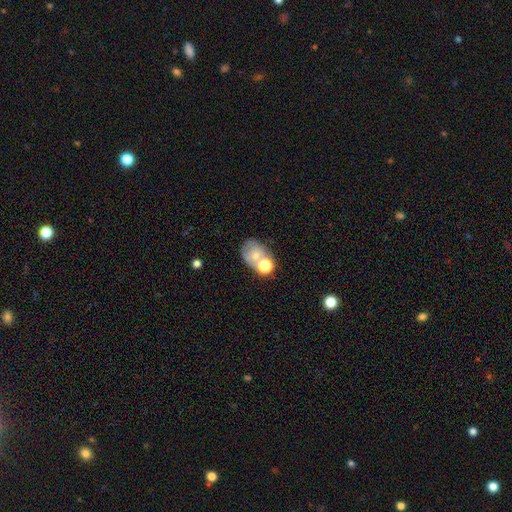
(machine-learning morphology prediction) smooth-or-featured: smooth: 63% | featured or disk: 25% | star or artifact: 12%
  how-rounded: in between: 59% | round: 40% | cigar-shaped: 1%
  merging: none: 40% | merger: 37% | minor disturbance: 15% | major disturbance: 8%